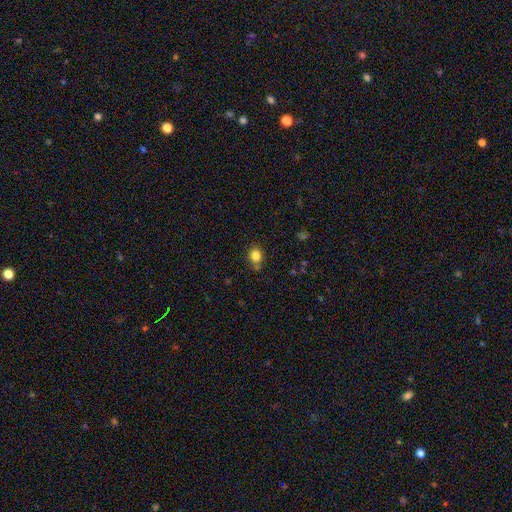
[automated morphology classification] Smooth or featured? Predicted: smooth (p=0.83). How rounded? Predicted: round (p=0.58). Merging? Predicted: none (p=0.65).